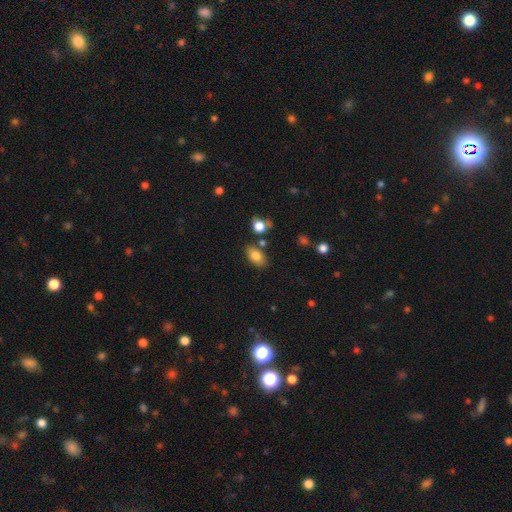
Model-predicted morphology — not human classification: Smooth or featured? Predicted: smooth (p=0.80). How rounded? Predicted: in between (p=0.89). Merging? Predicted: none (p=0.76).